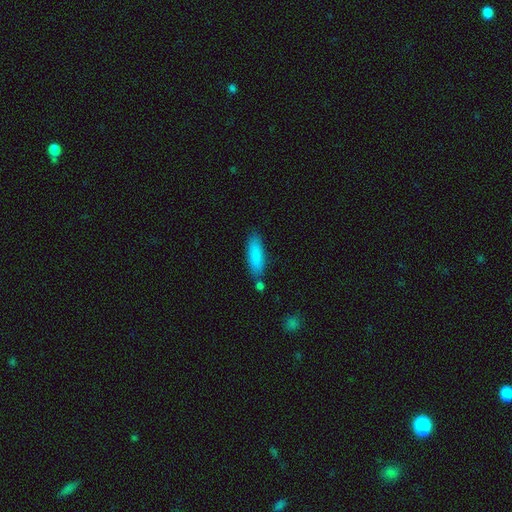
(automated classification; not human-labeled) This is clearly a smooth galaxy (85%). How rounded: possibly cigar-shaped (59%). Merging: likely none (75%).